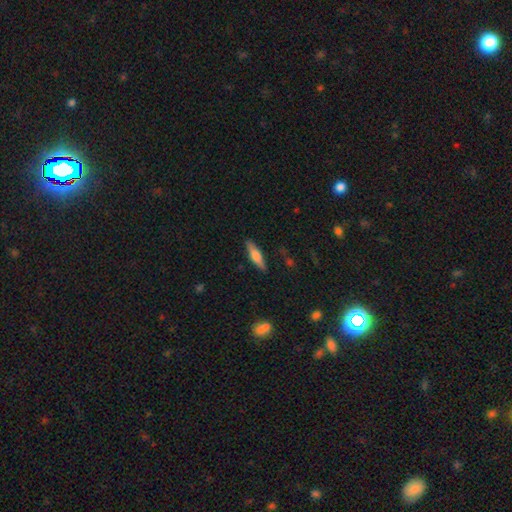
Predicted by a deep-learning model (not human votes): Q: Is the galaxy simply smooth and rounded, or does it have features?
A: smooth — 59%.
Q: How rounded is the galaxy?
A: cigar-shaped — 68%.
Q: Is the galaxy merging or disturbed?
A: none — 86%.